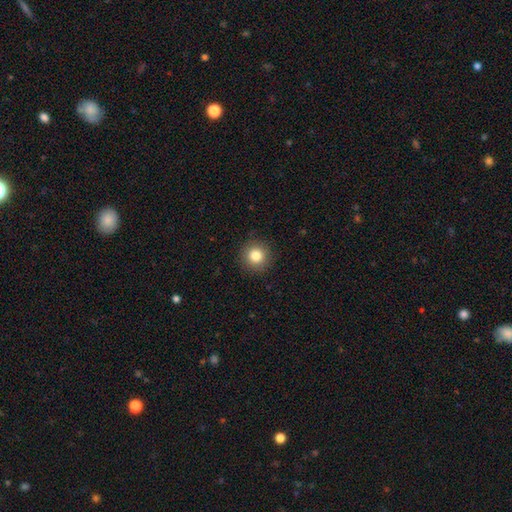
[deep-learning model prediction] Morphology: type=smooth (83%); roundness=round (94%); merging=none (91%).